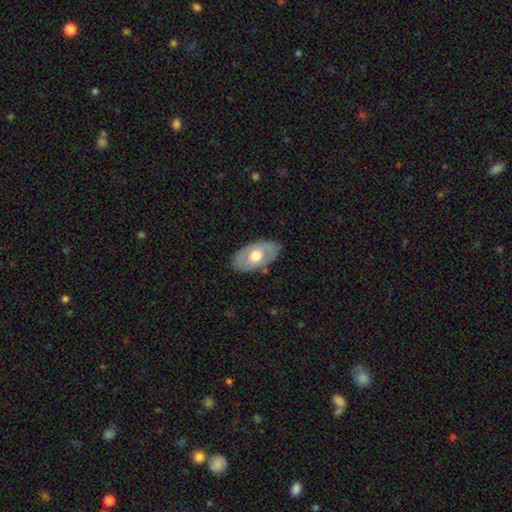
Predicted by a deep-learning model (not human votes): Smooth or featured? smooth (48%)
Merging? none (79%)